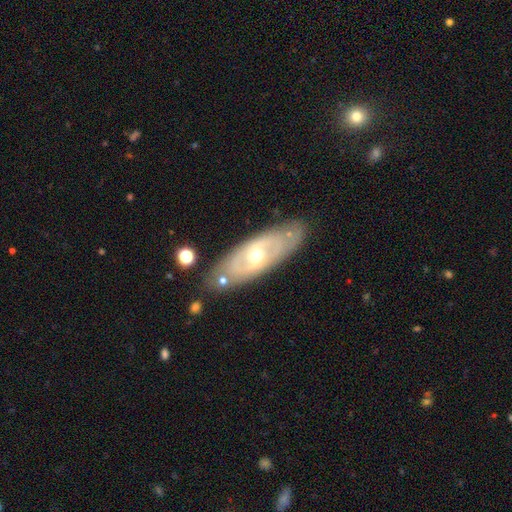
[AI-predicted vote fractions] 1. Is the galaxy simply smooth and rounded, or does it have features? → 74% featured or disk, 20% smooth, 6% star or artifact.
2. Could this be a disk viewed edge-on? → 83% no, 17% yes.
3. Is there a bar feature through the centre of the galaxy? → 45% no, 38% weak, 16% strong.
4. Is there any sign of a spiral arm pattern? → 60% yes, 40% no.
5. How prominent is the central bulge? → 54% moderate, 42% small, 2% large, 1% none, 1% dominant.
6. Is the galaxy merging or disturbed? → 79% none, 14% minor disturbance, 4% major disturbance, 3% merger.